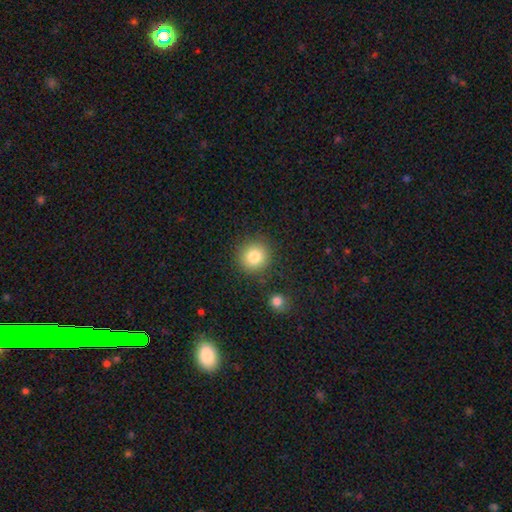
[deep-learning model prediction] Smooth or featured: smooth — 83% (star or artifact — 10%)
How rounded: round — 92% (in between — 7%)
Merging: none — 86% (minor disturbance — 8%)